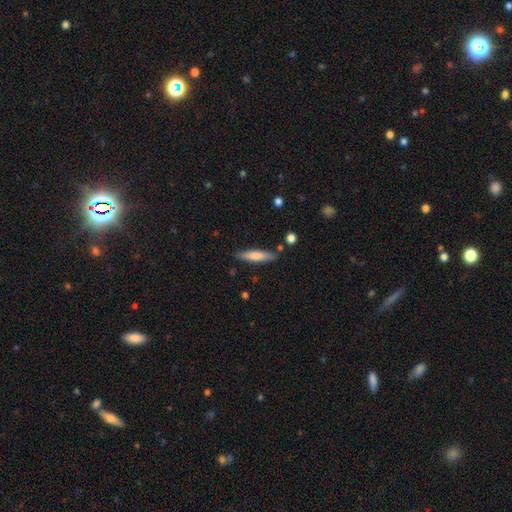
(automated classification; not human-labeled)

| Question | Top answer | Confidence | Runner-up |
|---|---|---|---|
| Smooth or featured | smooth | 67% | featured or disk (28%) |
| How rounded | cigar-shaped | 87% | in between (12%) |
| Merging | none | 85% | minor disturbance (10%) |